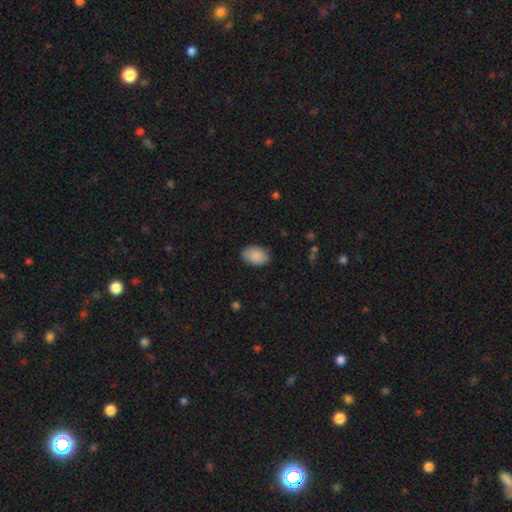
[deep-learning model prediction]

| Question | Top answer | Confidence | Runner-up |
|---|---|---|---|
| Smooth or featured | smooth | 88% | star or artifact (6%) |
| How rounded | in between | 88% | round (11%) |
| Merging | none | 84% | minor disturbance (12%) |